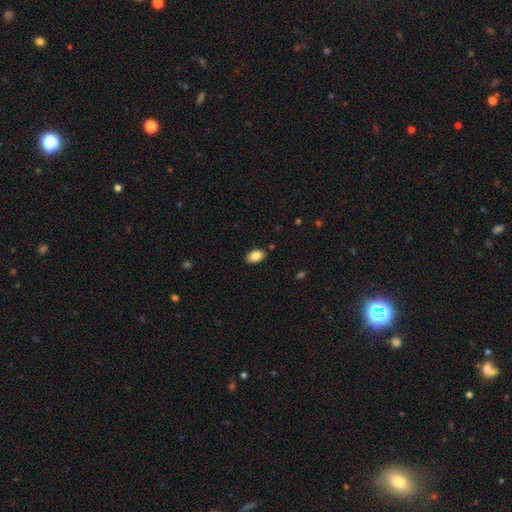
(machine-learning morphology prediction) A smooth galaxy with no disk features (85%) that is in between round and cigar-shaped (89%).

Vote fractions:
- Smooth or featured? smooth: 85% / star or artifact: 8% / featured or disk: 7%
- How rounded? in between: 89% / round: 9% / cigar-shaped: 1%
- Merging? none: 86% / minor disturbance: 10% / major disturbance: 2% / merger: 1%